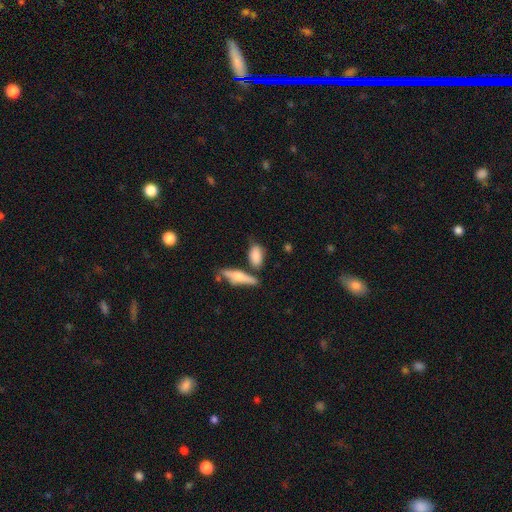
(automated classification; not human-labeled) Overall: smooth (78%). How rounded: in between (80%). Merging: none (60%).